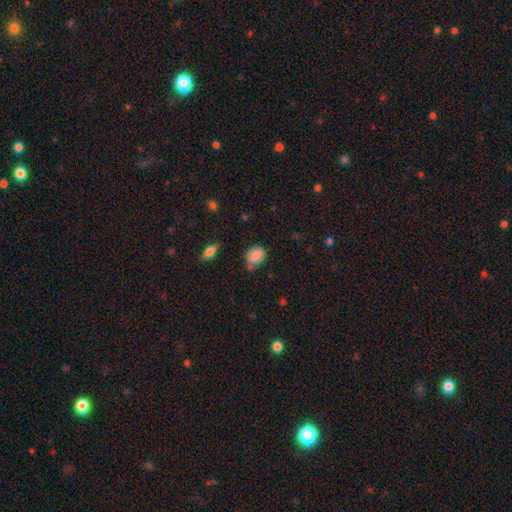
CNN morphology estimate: A smooth galaxy with no disk features (82%) that is in between round and cigar-shaped (56%). Merging: none (54%).